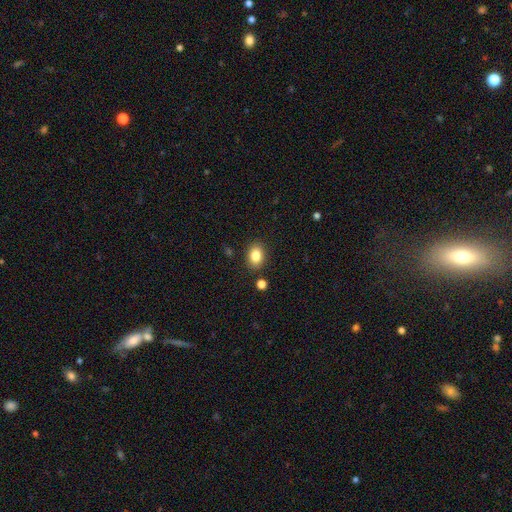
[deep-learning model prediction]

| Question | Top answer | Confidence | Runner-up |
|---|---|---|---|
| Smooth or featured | smooth | 84% | star or artifact (9%) |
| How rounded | in between | 74% | round (25%) |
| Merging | none | 86% | minor disturbance (9%) |